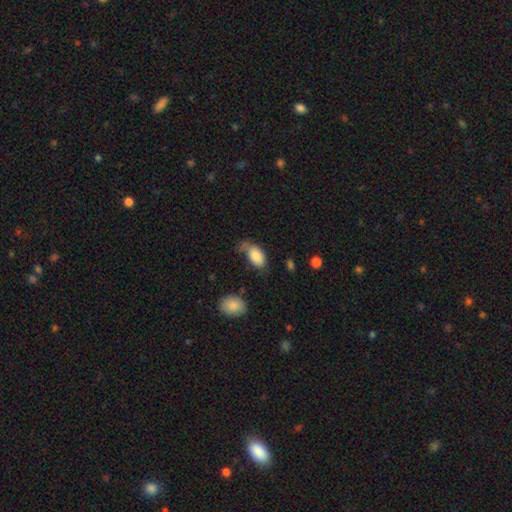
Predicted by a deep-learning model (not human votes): A smooth galaxy with no disk features (83%) that is in between round and cigar-shaped (92%).

Vote fractions:
- Smooth or featured? smooth: 83% / featured or disk: 10% / star or artifact: 7%
- How rounded? in between: 92% / round: 6% / cigar-shaped: 2%
- Merging? none: 39% / minor disturbance: 31% / major disturbance: 21% / merger: 8%